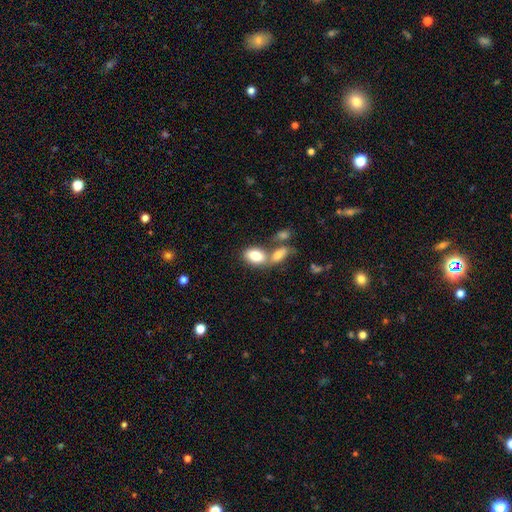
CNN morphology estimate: smooth_or_featured: smooth (p=0.81) [alt: featured or disk p=0.12]
how_rounded: in between (p=0.89) [alt: round p=0.09]
merging: merger (p=0.45) [alt: none p=0.40]